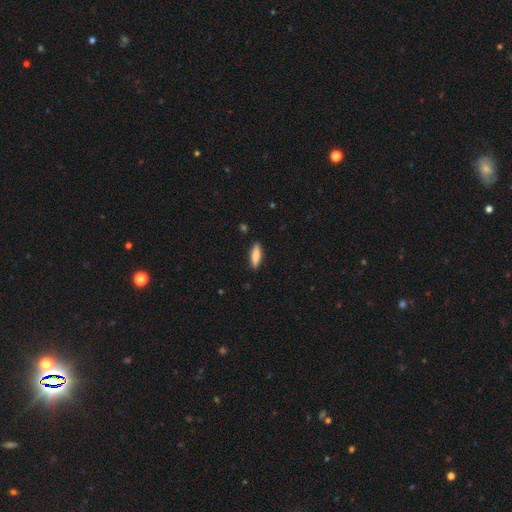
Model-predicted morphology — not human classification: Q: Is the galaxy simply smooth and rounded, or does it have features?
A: smooth — 82%.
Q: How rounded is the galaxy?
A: cigar-shaped — 56%.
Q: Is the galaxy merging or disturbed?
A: none — 88%.